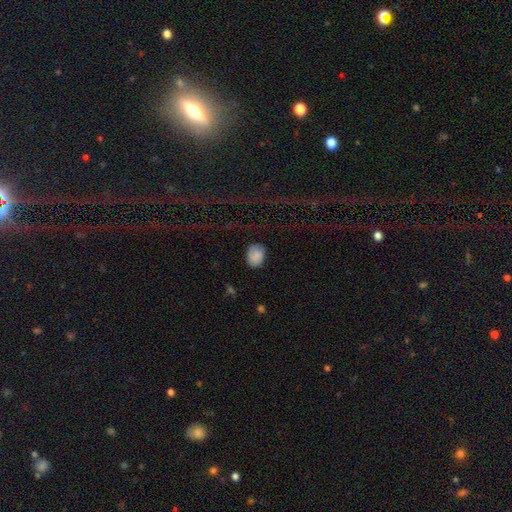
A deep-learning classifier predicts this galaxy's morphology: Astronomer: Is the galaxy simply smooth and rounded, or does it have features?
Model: smooth — 85%.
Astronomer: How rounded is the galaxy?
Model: in between — 60% (runner-up: round, 39%).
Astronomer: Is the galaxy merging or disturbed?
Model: none — 76%.